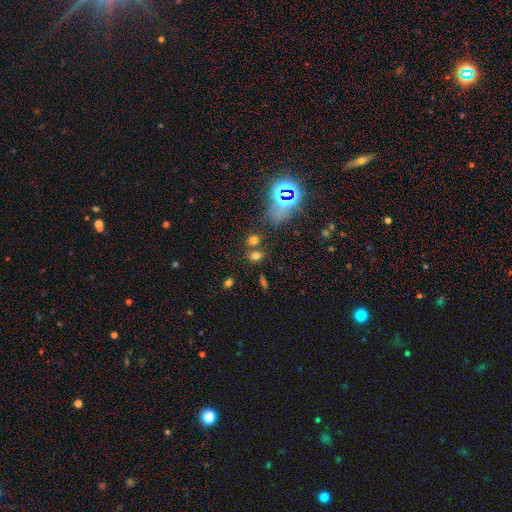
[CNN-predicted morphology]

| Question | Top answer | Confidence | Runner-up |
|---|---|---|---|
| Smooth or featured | smooth | 63% | star or artifact (27%) |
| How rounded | round | 50% | in between (48%) |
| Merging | none | 62% | merger (23%) |